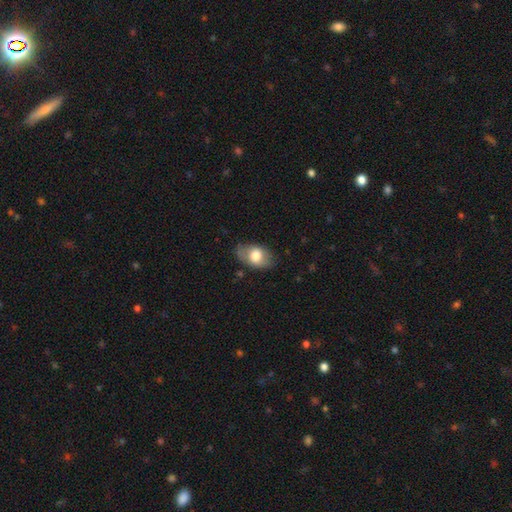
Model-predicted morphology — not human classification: A smooth galaxy with no disk features (68%) that is in between round and cigar-shaped (89%). Merging: none (74%).